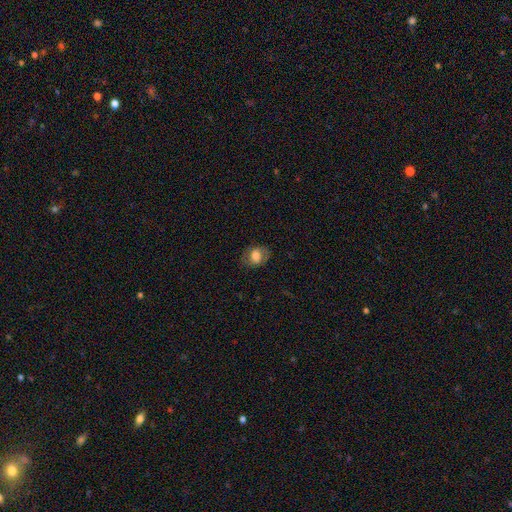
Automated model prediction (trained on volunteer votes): Smooth or featured?
  - smooth: 69% *
  - featured or disk: 23%
  - star or artifact: 9%
How rounded?
  - in between: 70% *
  - round: 28%
  - cigar-shaped: 1%
Merging?
  - none: 74% *
  - minor disturbance: 17%
  - major disturbance: 8%
  - merger: 1%